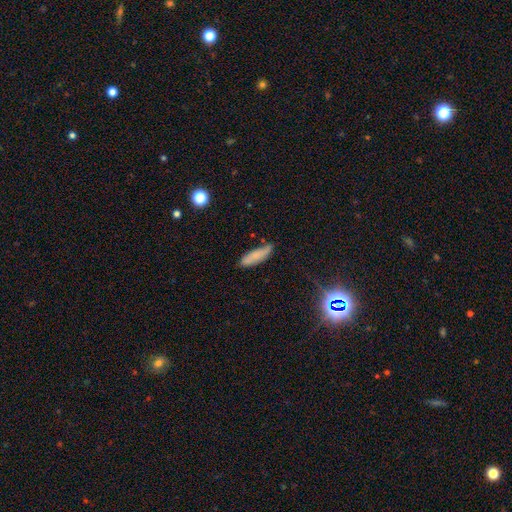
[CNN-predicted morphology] Smooth or featured? Predicted: smooth (p=0.72). How rounded? Predicted: cigar-shaped (p=0.60). Merging? Predicted: none (p=0.66).